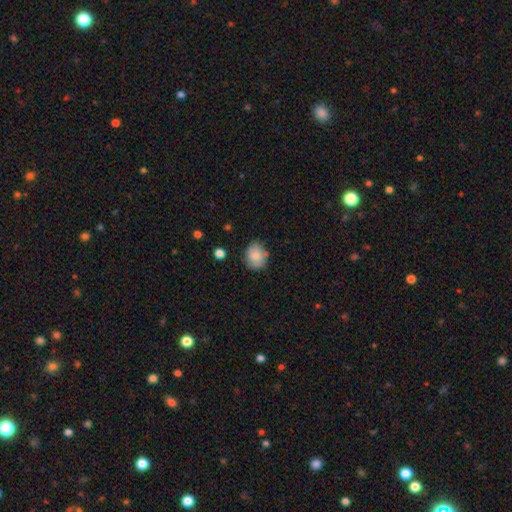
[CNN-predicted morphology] smooth-or-featured: smooth: 84% | featured or disk: 8% | star or artifact: 7%
  how-rounded: round: 61% | in between: 38% | cigar-shaped: 1%
  merging: none: 77% | minor disturbance: 17% | major disturbance: 3% | merger: 3%